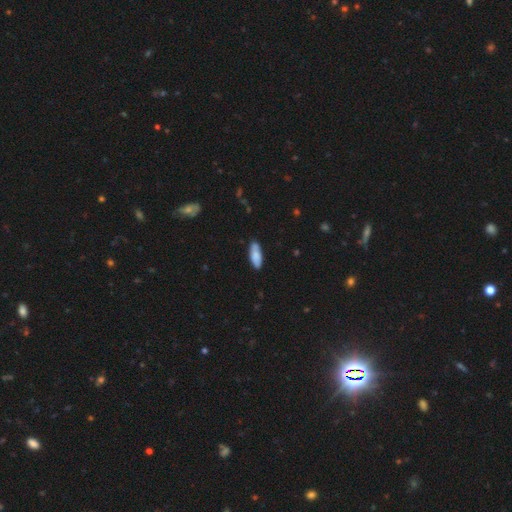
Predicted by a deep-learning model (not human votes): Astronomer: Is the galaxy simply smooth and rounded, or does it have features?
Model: smooth — 81%.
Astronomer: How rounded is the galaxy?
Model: in between — 71%.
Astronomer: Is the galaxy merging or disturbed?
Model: none — 79%.